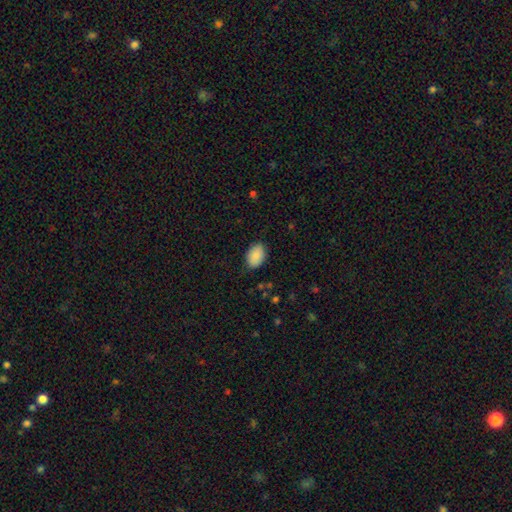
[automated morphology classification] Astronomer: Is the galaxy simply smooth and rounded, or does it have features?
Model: smooth — 89%.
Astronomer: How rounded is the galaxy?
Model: in between — 85%.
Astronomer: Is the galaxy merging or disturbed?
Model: none — 84%.